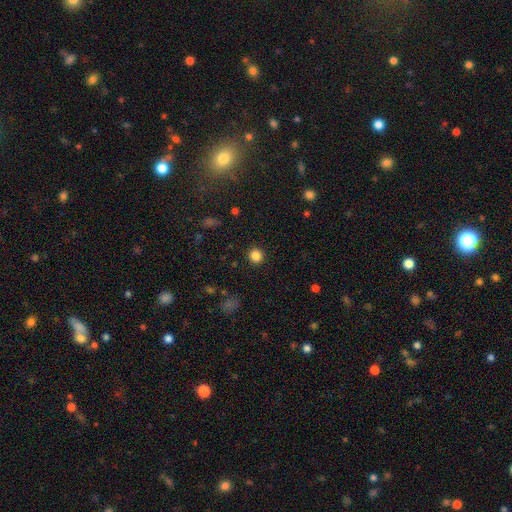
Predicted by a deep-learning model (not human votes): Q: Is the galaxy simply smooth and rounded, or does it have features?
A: smooth — 84%.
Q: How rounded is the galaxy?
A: round — 92%.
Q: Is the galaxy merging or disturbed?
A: none — 92%.